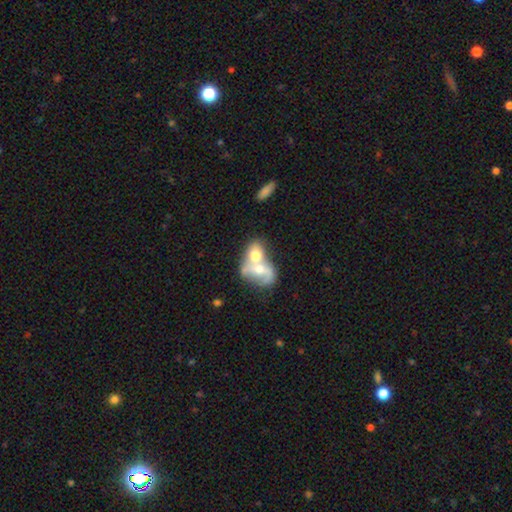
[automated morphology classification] A smooth galaxy with no disk features (48%).

Vote fractions:
- Smooth or featured? smooth: 48% / featured or disk: 44% / star or artifact: 7%
- Merging? merger: 79% / none: 10% / major disturbance: 5% / minor disturbance: 5%